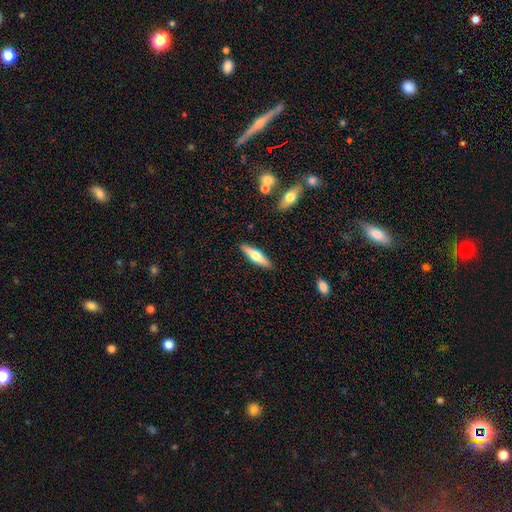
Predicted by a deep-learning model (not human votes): smooth_or_featured: smooth (p=0.54) [alt: featured or disk p=0.40]
how_rounded: cigar-shaped (p=0.70) [alt: in between p=0.28]
merging: none (p=0.88) [alt: minor disturbance p=0.08]